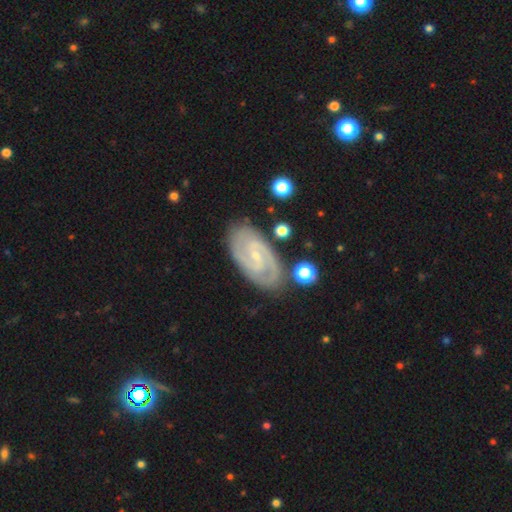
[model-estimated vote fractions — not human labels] smooth-or-featured: featured or disk: 88% | smooth: 7% | star or artifact: 5%
  disk-edge-on: no: 96% | yes: 4%
    bar: weak: 44% | no: 39% | strong: 17%
    has-spiral-arms: yes: 97% | no: 3%
      spiral-winding: tight: 54% | medium: 38% | loose: 7%
      spiral-arm-count: 2: 84% | 3: 6% | can't tell: 6% | 4: 2% | 1: 2% | more than 4: 2%
    bulge-size: small: 81% | moderate: 13% | none: 5% | large: 1% | dominant: 1%
  merging: none: 83% | minor disturbance: 12% | major disturbance: 3% | merger: 3%